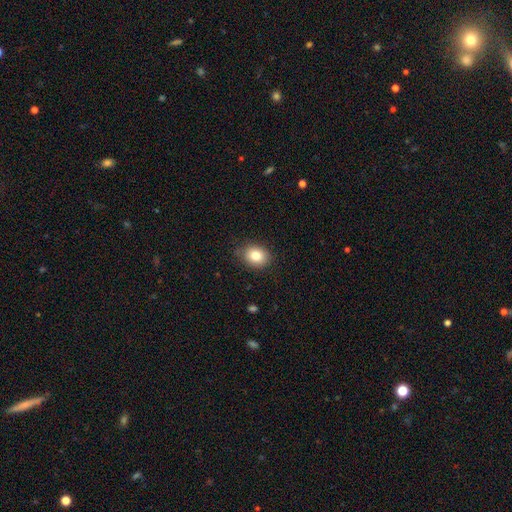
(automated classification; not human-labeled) This appears to be a smooth galaxy with no disk features (82%) that is round (50%). Merging: none (83%).